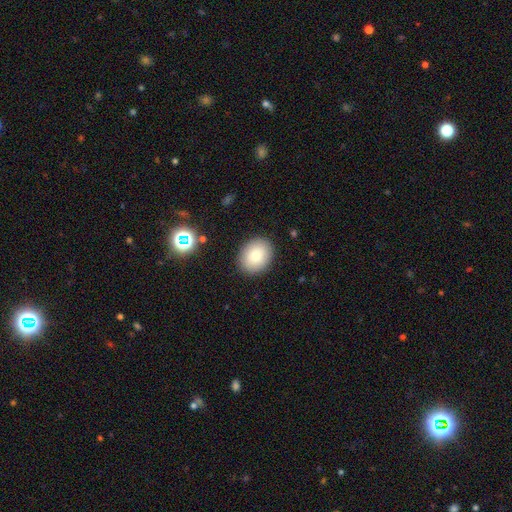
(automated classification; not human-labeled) Overall: smooth (83%). How rounded: in between (52%; round 47%). Merging: none (88%).